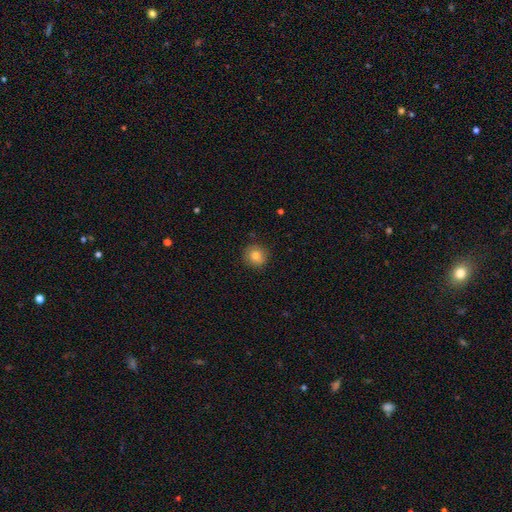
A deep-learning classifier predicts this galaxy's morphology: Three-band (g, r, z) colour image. It shows a smooth galaxy with no disk features (81%) that is round (91%). Merging: none (88%).